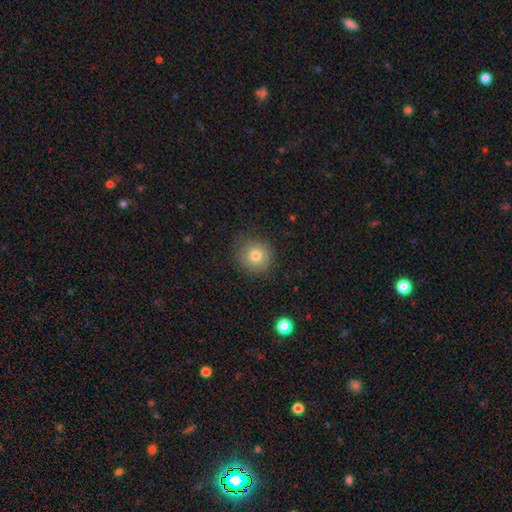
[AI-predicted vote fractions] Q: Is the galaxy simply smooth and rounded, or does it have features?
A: smooth — 75%.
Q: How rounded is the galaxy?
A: round — 91%.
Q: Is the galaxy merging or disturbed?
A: none — 81%.